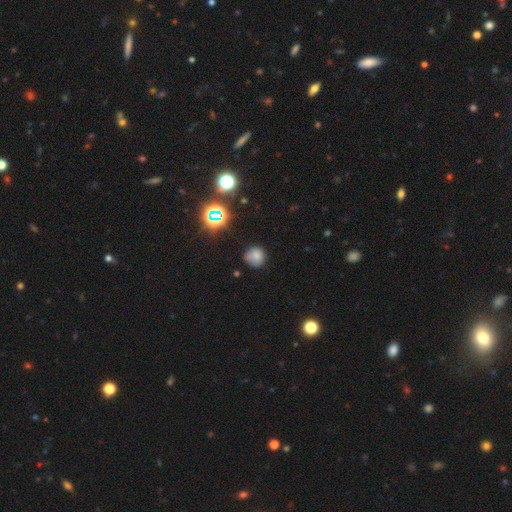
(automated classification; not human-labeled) The model was most divided on "merging": none: 71%, minor disturbance: 21%, major disturbance: 6%, merger: 2%. More confident: how rounded — round (89%); smooth or featured — smooth (73%).